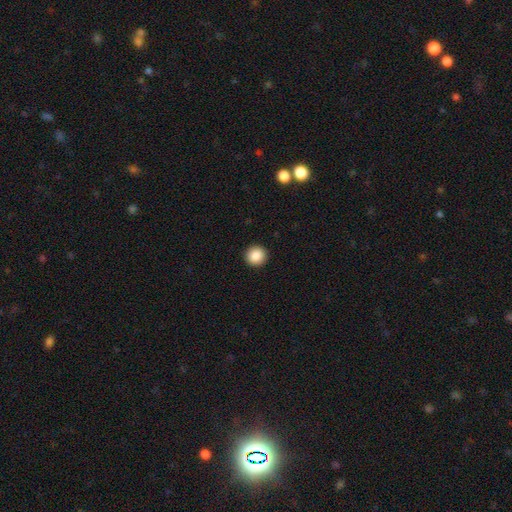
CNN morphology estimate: The model was most divided on "smooth or featured": smooth: 88%, star or artifact: 9%, featured or disk: 3%. More confident: how rounded — round (95%); merging — none (93%).